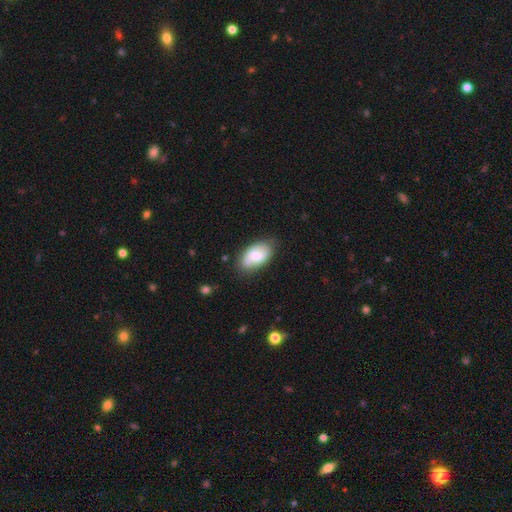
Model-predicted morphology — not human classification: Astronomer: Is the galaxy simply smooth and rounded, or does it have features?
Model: smooth — 66%.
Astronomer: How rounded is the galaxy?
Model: in between — 93%.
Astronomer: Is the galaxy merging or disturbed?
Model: none — 68%.